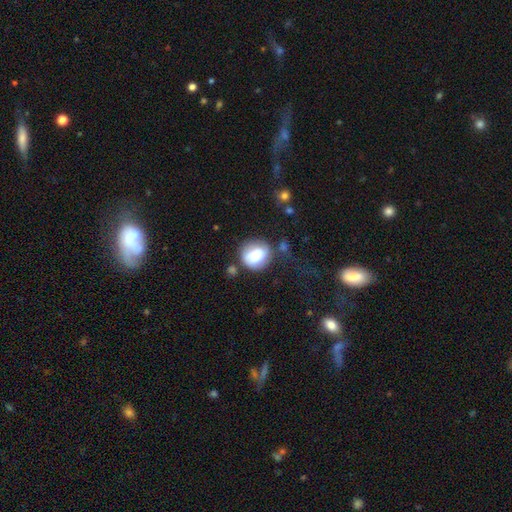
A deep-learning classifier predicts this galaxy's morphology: This appears to be a smooth galaxy with no disk features (70%) that is round (73%). Merging: none (58%).